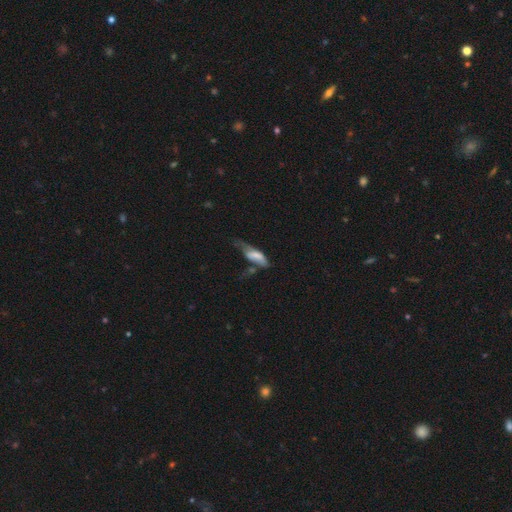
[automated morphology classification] Overall: smooth (58%; featured or disk 34%). How rounded: in between (66%; cigar-shaped 32%). Merging: major disturbance (37%; minor disturbance 26%).